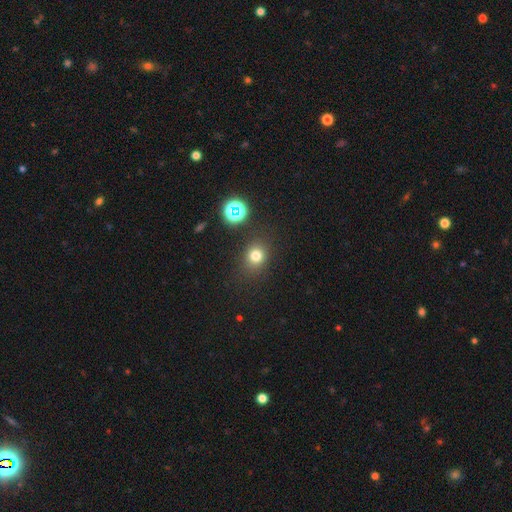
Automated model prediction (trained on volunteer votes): Smooth or featured: smooth — 74% (star or artifact — 18%)
How rounded: round — 68% (in between — 31%)
Merging: none — 83% (minor disturbance — 10%)